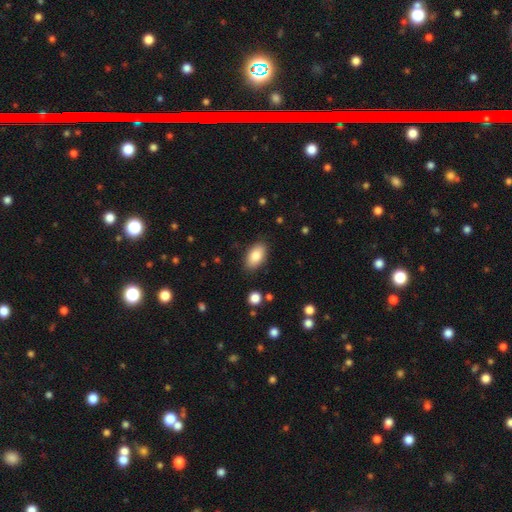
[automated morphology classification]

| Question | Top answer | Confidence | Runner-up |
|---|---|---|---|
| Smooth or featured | smooth | 84% | featured or disk (9%) |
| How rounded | in between | 93% | round (4%) |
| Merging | none | 87% | minor disturbance (10%) |